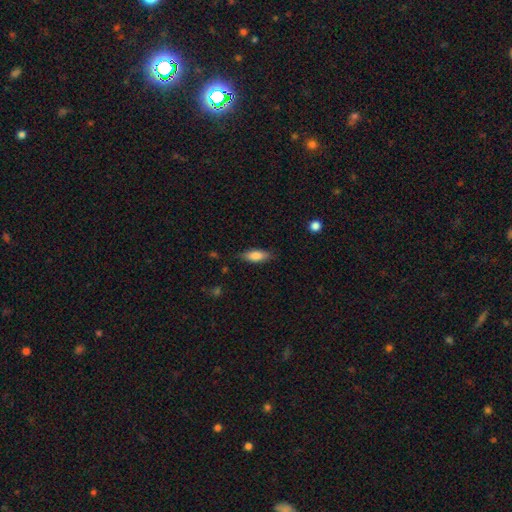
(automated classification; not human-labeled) smooth-or-featured: smooth: 80% | featured or disk: 14% | star or artifact: 7%
  how-rounded: in between: 73% | cigar-shaped: 25% | round: 2%
  merging: none: 81% | minor disturbance: 14% | major disturbance: 3% | merger: 1%